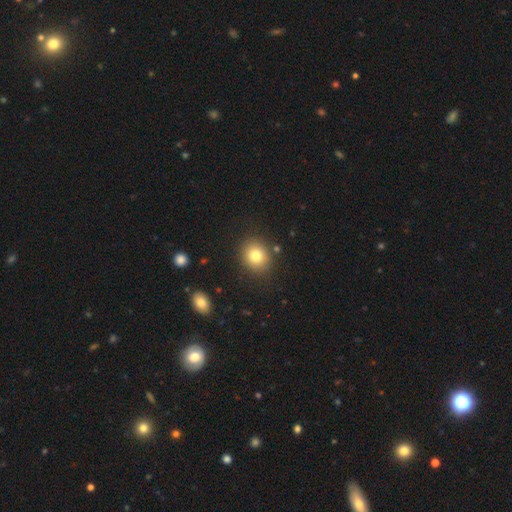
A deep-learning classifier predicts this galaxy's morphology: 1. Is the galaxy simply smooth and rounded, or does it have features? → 79% smooth, 11% star or artifact, 10% featured or disk.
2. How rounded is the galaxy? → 73% round, 26% in between, 1% cigar-shaped.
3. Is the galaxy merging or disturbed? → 86% none, 8% minor disturbance, 3% major disturbance, 3% merger.